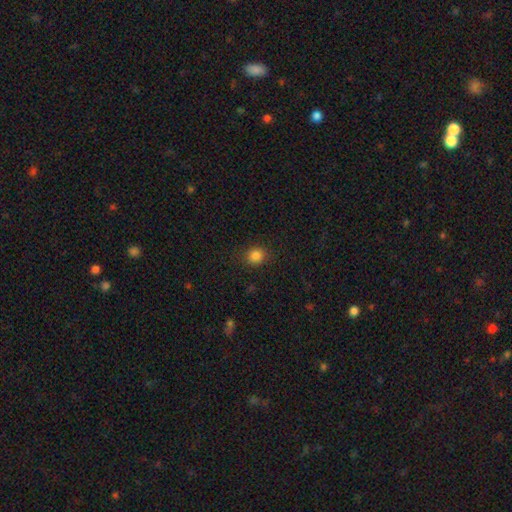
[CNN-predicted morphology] smooth-or-featured: smooth: 84% | star or artifact: 12% | featured or disk: 4%
  how-rounded: round: 79% | in between: 20% | cigar-shaped: 1%
  merging: none: 87% | minor disturbance: 9% | major disturbance: 3% | merger: 1%